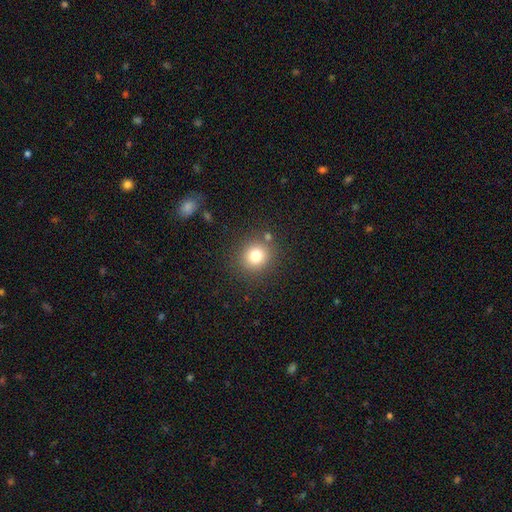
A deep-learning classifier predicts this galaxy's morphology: This is likely a smooth galaxy (77%). How rounded: clearly round (88%). Merging: clearly none (83%).